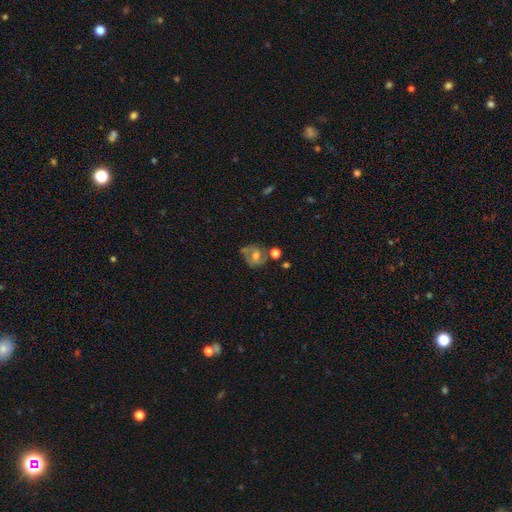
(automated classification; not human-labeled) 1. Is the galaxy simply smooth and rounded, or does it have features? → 56% featured or disk, 33% smooth, 10% star or artifact.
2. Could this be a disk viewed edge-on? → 96% no, 4% yes.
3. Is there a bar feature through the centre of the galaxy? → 52% no, 37% weak, 11% strong.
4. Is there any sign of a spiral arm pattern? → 74% yes, 26% no.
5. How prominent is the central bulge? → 61% moderate, 22% small, 10% large, 5% none, 2% dominant.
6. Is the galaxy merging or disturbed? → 54% none, 22% minor disturbance, 13% merger, 12% major disturbance.